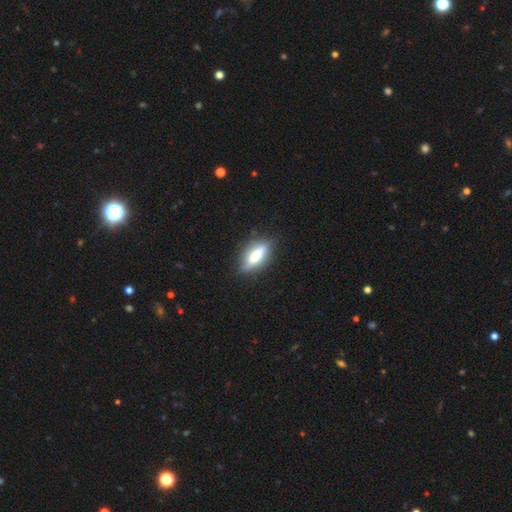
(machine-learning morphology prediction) smooth-or-featured: smooth: 51% | featured or disk: 41% | star or artifact: 8%
  how-rounded: in between: 49% | cigar-shaped: 47% | round: 3%
  merging: none: 78% | minor disturbance: 15% | major disturbance: 5% | merger: 2%